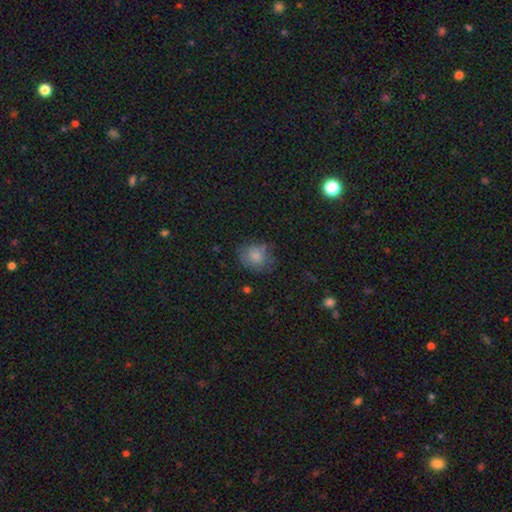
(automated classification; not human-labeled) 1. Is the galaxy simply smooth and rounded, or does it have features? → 78% smooth, 11% featured or disk, 11% star or artifact.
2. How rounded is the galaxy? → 63% round, 36% in between, 1% cigar-shaped.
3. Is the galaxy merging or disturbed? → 66% none, 22% minor disturbance, 8% major disturbance, 4% merger.